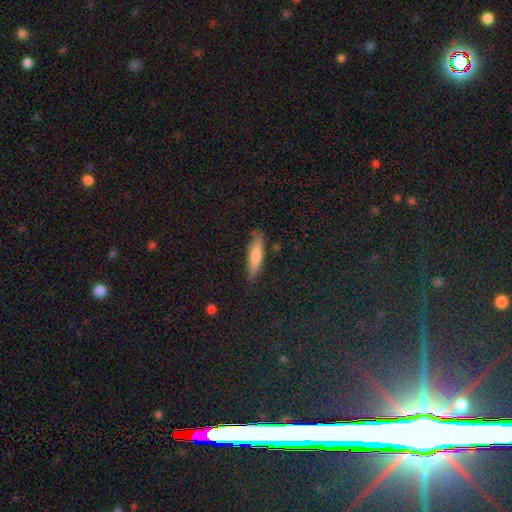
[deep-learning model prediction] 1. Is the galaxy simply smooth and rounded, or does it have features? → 68% smooth, 25% featured or disk, 8% star or artifact.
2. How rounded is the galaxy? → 80% cigar-shaped, 18% in between, 2% round.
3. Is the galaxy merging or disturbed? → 83% none, 12% minor disturbance, 2% major disturbance, 2% merger.